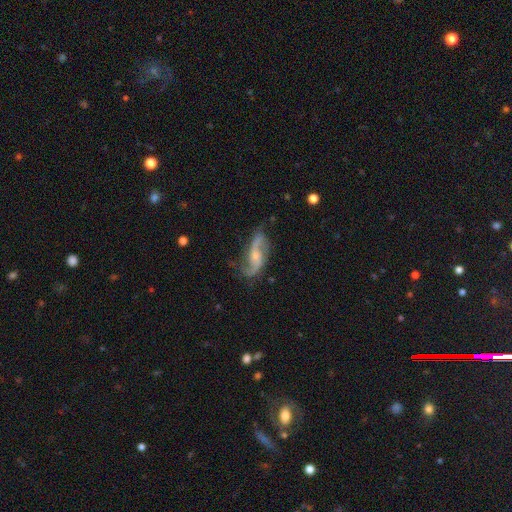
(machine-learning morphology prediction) Smooth or featured: featured or disk — 84% (smooth — 10%)
Edge-on disk: no — 93% (yes — 7%)
Bar: no — 54% (weak — 35%)
Spiral arms: yes — 95% (no — 5%)
Spiral winding: loose — 67% (medium — 26%)
Spiral arm count: 2 — 90% (can't tell — 4%)
Bulge size: small — 60% (moderate — 32%)
Merging: none — 67% (minor disturbance — 21%)